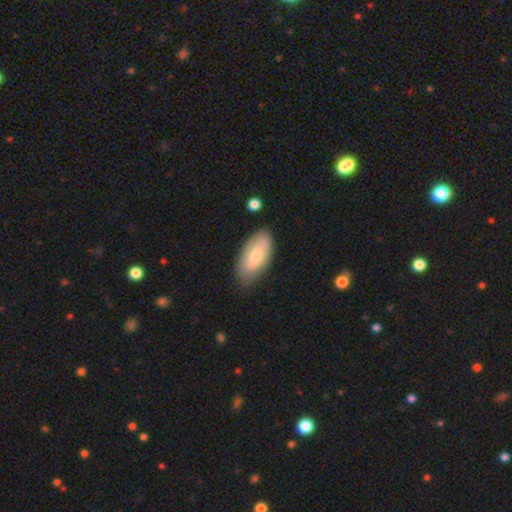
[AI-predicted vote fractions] Smooth or featured?
  - smooth: 71% *
  - featured or disk: 23%
  - star or artifact: 6%
How rounded?
  - in between: 92% *
  - cigar-shaped: 6%
  - round: 2%
Merging?
  - none: 77% *
  - minor disturbance: 17%
  - major disturbance: 3%
  - merger: 2%